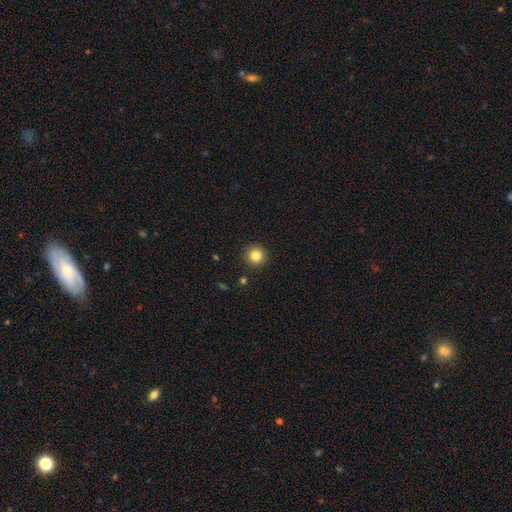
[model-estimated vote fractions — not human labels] Smooth or featured? Predicted: smooth (p=0.83). How rounded? Predicted: round (p=0.95). Merging? Predicted: none (p=0.92).